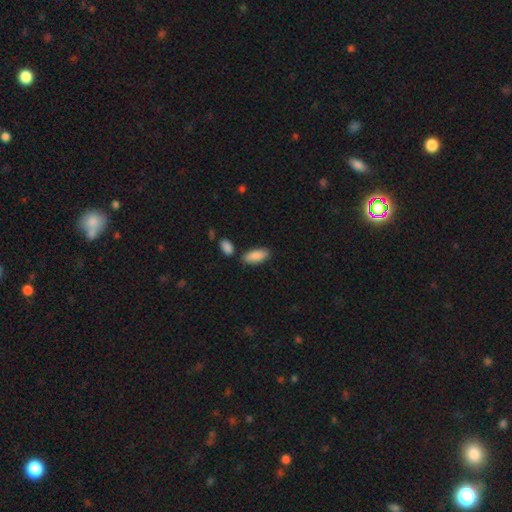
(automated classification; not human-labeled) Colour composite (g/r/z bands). It shows a smooth galaxy with no disk features (88%) that is in between round and cigar-shaped (86%). Merging: none (77%).